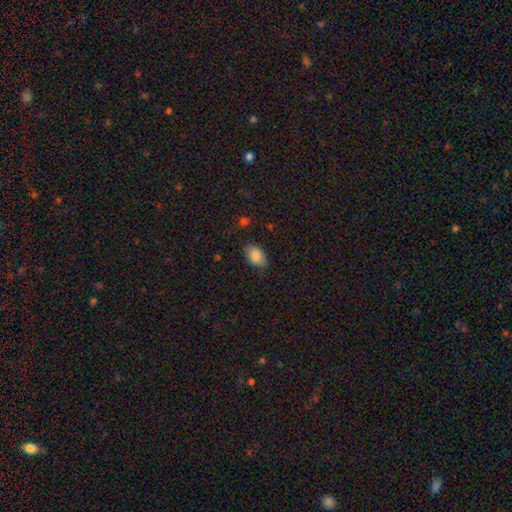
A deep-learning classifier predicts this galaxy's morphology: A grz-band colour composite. It shows a smooth galaxy with no disk features (85%) that is in between round and cigar-shaped (89%). Merging: none (78%).